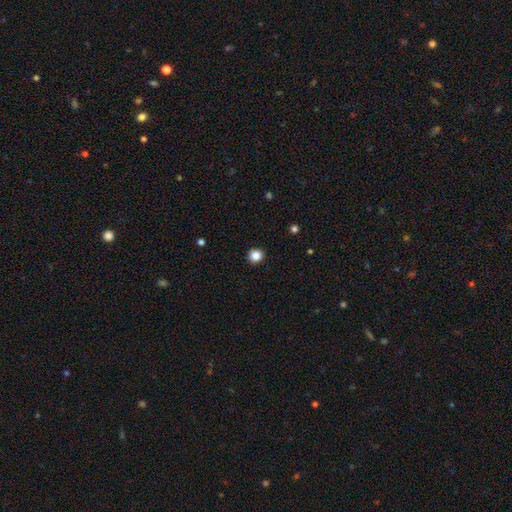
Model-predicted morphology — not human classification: The model was most divided on "smooth or featured": smooth: 85%, star or artifact: 12%, featured or disk: 3%. More confident: merging — none (93%); how rounded — round (91%).